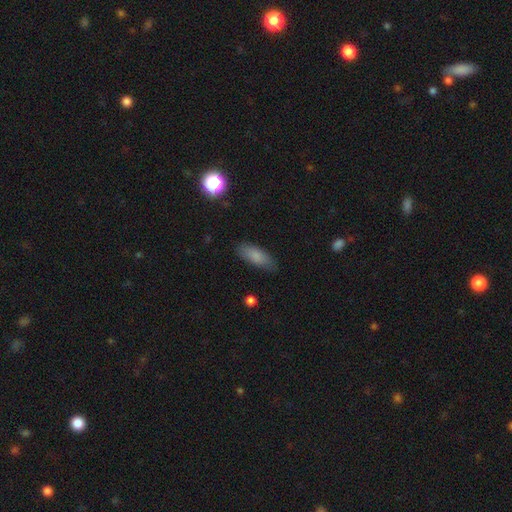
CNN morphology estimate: Q: Smooth or featured?
A: smooth (83%); runner-up: featured or disk (10%)
Q: How rounded?
A: in between (74%); runner-up: cigar-shaped (24%)
Q: Merging?
A: none (80%); runner-up: minor disturbance (15%)